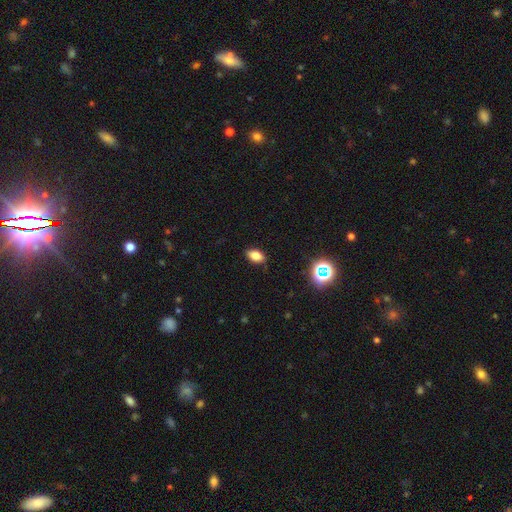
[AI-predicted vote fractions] Smooth or featured? smooth (79%)
How rounded? in between (88%)
Merging? none (85%)